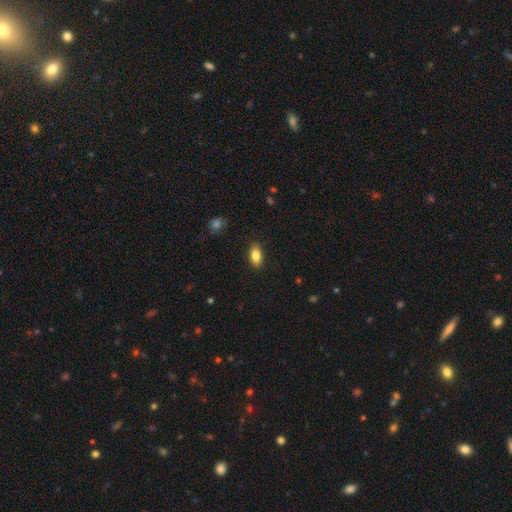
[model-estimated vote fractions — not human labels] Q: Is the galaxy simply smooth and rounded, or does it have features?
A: smooth — 83%.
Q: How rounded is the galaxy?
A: in between — 89%.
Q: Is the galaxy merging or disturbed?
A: none — 88%.